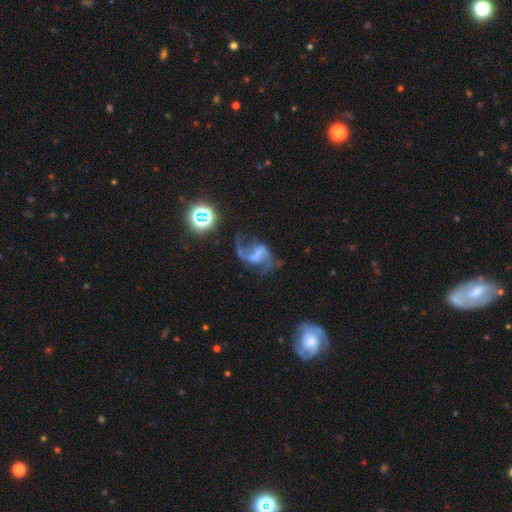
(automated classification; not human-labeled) smooth_or_featured: featured or disk (p=0.73) [alt: star or artifact p=0.15]
disk_edge_on: no (p=0.98) [alt: yes p=0.02]
bar: weak (p=0.38) [alt: strong p=0.32]
has_spiral_arms: yes (p=0.84) [alt: no p=0.16]
spiral_winding: loose (p=0.75) [alt: medium p=0.20]
spiral_arm_count: 2 (p=0.73) [alt: 1 p=0.16]
bulge_size: none (p=0.67) [alt: small p=0.15]
merging: none (p=0.41) [alt: major disturbance p=0.36]